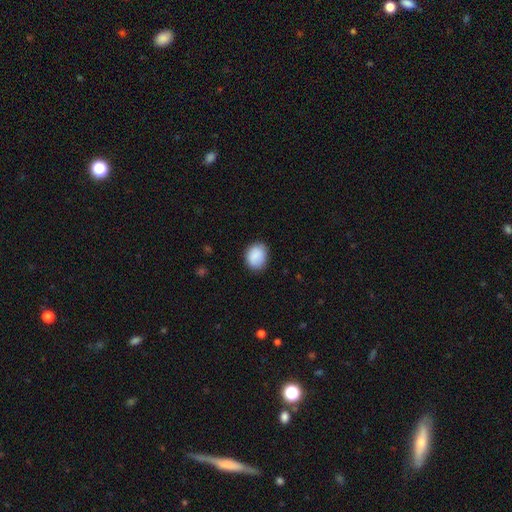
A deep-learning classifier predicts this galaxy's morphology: smooth_or_featured: smooth (p=0.88) [alt: star or artifact p=0.07]
how_rounded: round (p=0.52) [alt: in between p=0.47]
merging: none (p=0.81) [alt: minor disturbance p=0.15]